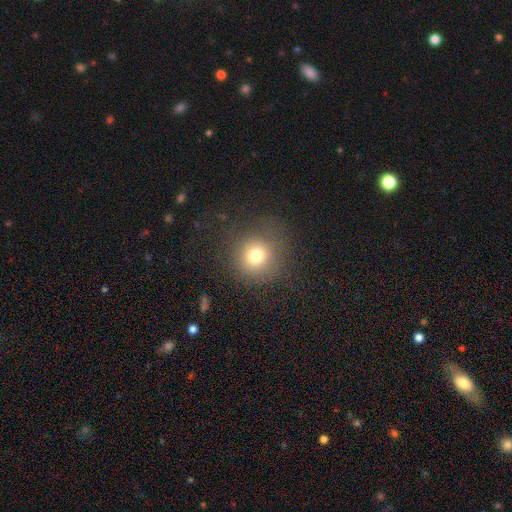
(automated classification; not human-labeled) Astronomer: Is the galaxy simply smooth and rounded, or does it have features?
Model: smooth — 75%.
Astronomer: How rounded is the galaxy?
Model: round — 92%.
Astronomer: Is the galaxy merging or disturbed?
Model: none — 82%.